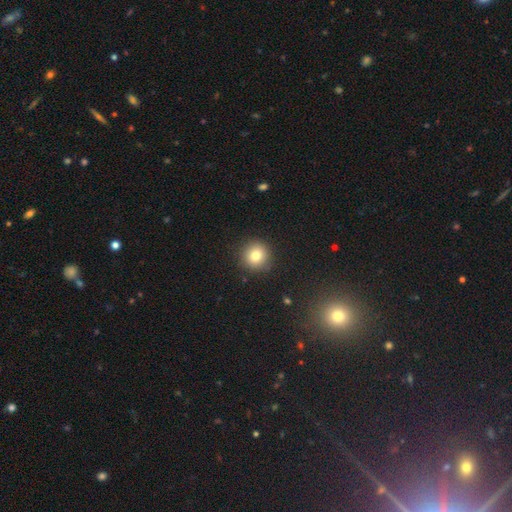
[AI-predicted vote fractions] A smooth galaxy with no disk features (79%) that is round (93%).

Vote fractions:
- Smooth or featured? smooth: 79% / star or artifact: 12% / featured or disk: 9%
- How rounded? round: 93% / in between: 6% / cigar-shaped: 1%
- Merging? none: 90% / minor disturbance: 7% / major disturbance: 2% / merger: 1%